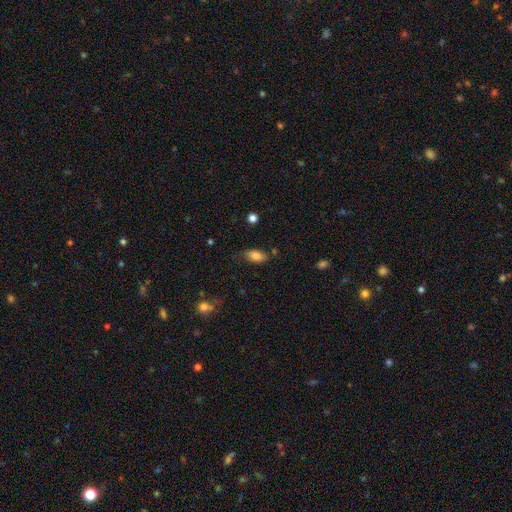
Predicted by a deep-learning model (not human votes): The model was most divided on "merging": none: 69%, minor disturbance: 22%, major disturbance: 5%, merger: 3%. More confident: how rounded — in between (91%); smooth or featured — smooth (81%).